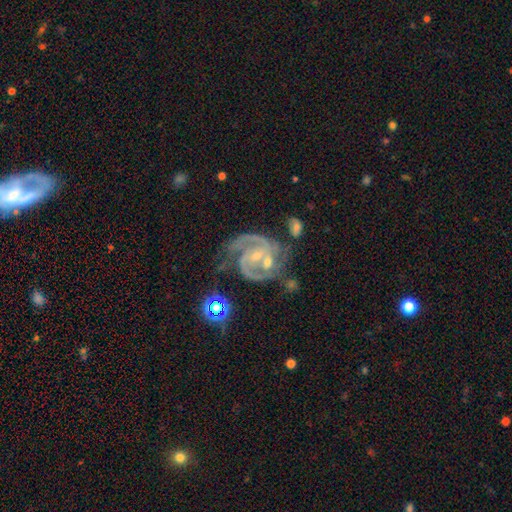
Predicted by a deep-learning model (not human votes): Q: Smooth or featured?
A: featured or disk (90%); runner-up: star or artifact (6%)
Q: Edge-on disk?
A: no (98%); runner-up: yes (2%)
Q: Bar?
A: weak (45%); runner-up: no (41%)
Q: Spiral arms?
A: yes (98%); runner-up: no (2%)
Q: Spiral winding?
A: medium (51%); runner-up: tight (39%)
Q: Spiral arm count?
A: 2 (63%); runner-up: 3 (17%)
Q: Bulge size?
A: small (57%); runner-up: moderate (36%)
Q: Merging?
A: none (35%); runner-up: merger (31%)